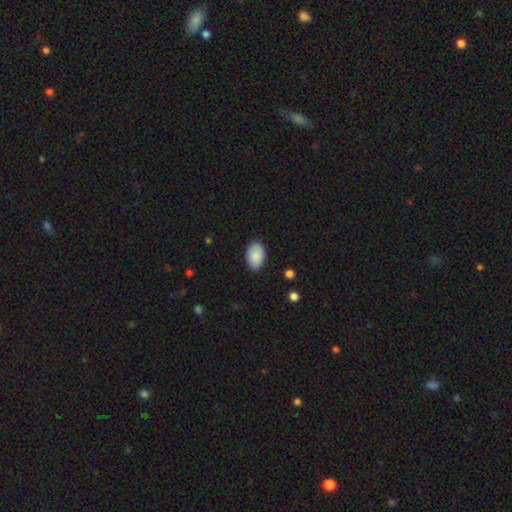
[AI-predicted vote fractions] The model was most divided on "merging": none: 87%, minor disturbance: 10%, major disturbance: 2%, merger: 1%. More confident: how rounded — in between (92%); smooth or featured — smooth (89%).